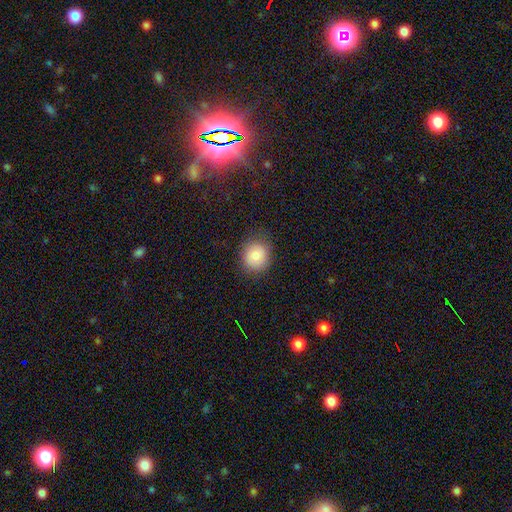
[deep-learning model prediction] Smooth or featured: smooth — 84% (star or artifact — 9%)
How rounded: round — 81% (in between — 18%)
Merging: none — 82% (minor disturbance — 13%)